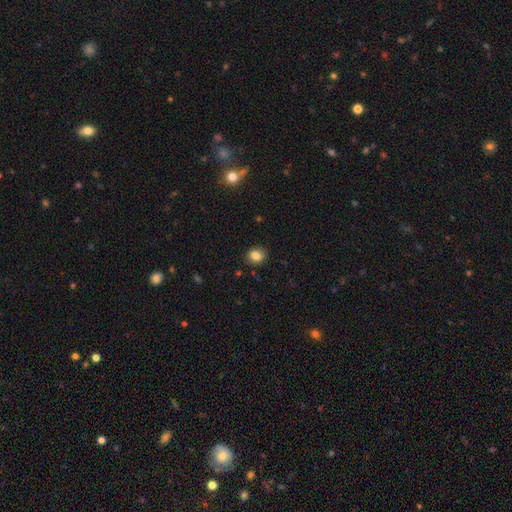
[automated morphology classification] smooth_or_featured: smooth (p=0.83) [alt: star or artifact p=0.11]
how_rounded: round (p=0.66) [alt: in between p=0.33]
merging: none (p=0.85) [alt: minor disturbance p=0.11]